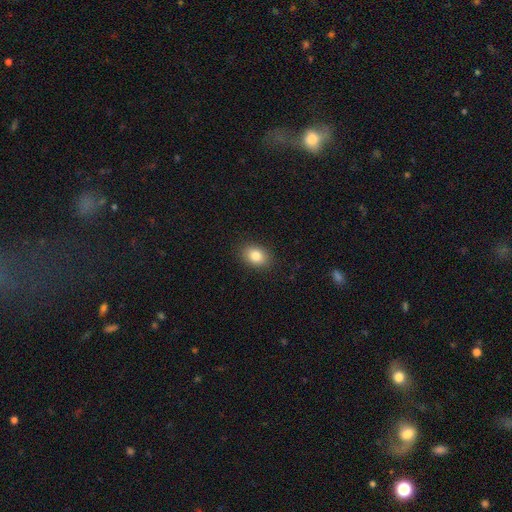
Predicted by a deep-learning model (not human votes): A smooth galaxy with no disk features (84%) that is in between round and cigar-shaped (75%). Merging: none (88%).